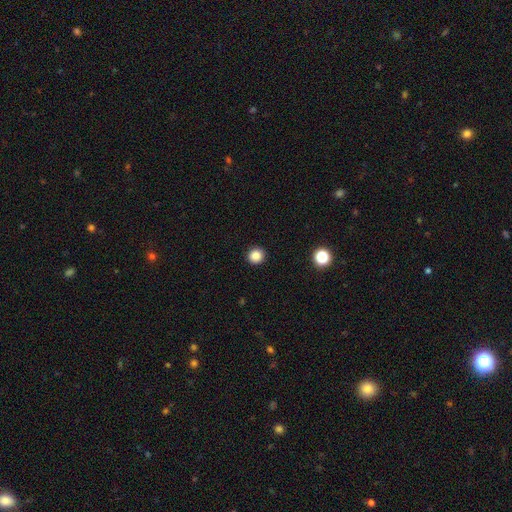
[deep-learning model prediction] Smooth or featured? smooth (86%)
How rounded? round (93%)
Merging? none (93%)